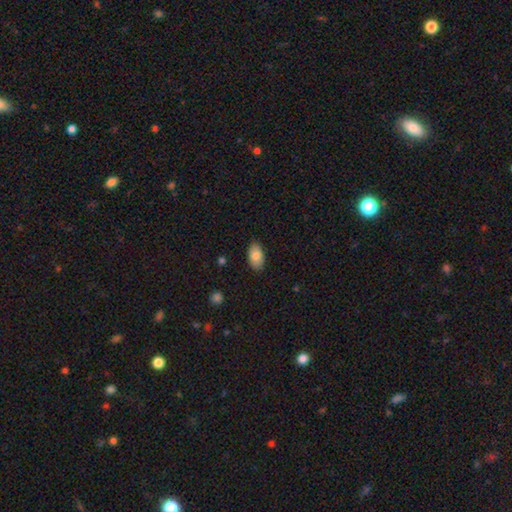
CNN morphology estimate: Overall: smooth (82%). How rounded: in between (94%). Merging: none (86%).